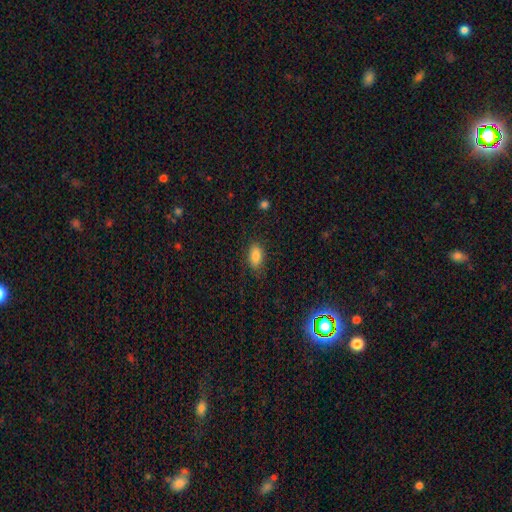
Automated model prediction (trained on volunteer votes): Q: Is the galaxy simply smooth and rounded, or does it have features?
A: smooth — 84%.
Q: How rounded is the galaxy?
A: in between — 89%.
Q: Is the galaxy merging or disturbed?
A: none — 80%.